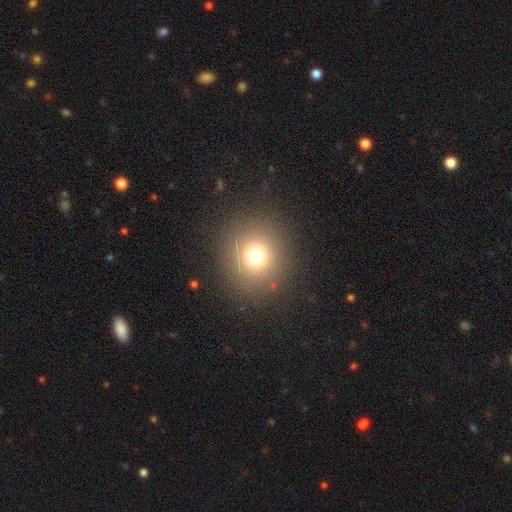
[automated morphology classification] type=smooth (72%); roundness=round (91%); merging=none (88%).